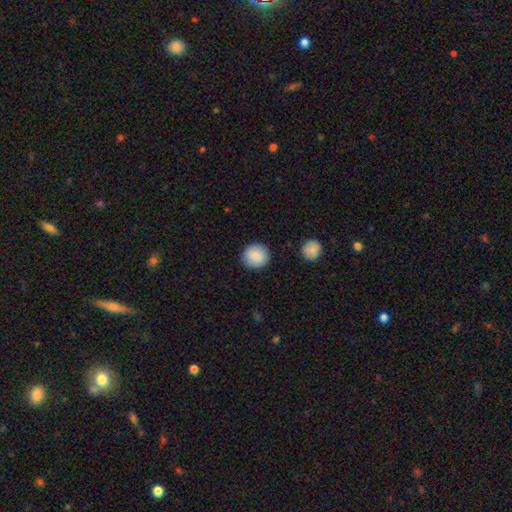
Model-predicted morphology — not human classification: smooth 89%, star or artifact 7%, featured or disk 4%. Down the decision tree: how rounded — round (89%); merging — none (90%).